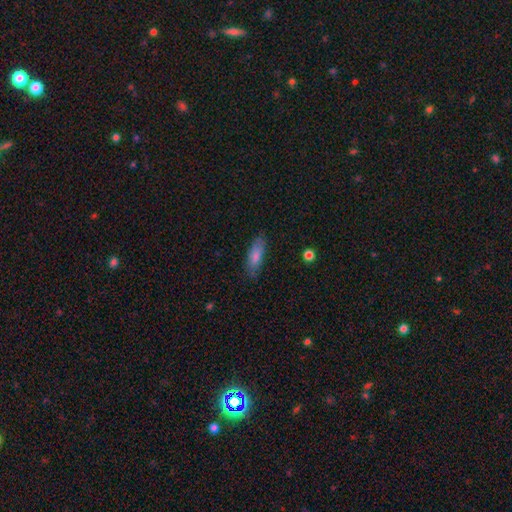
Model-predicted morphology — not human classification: A smooth galaxy with no disk features (79%) that is in between round and cigar-shaped (63%). Merging: none (78%).